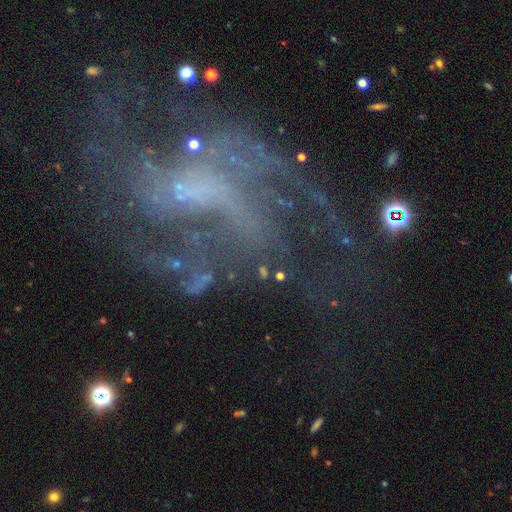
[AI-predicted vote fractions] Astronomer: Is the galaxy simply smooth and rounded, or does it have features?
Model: featured or disk — 81%.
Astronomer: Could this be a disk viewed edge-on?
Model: no — 98%.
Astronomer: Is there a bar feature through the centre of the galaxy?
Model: weak — 42%, tied with no at 42%.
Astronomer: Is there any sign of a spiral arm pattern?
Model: yes — 88%.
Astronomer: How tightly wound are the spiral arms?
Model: medium — 43% (runner-up: loose, 37%).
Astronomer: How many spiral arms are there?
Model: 2 — 33% (runner-up: can't tell, 26%).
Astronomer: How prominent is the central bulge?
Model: none — 48% (runner-up: small, 32%).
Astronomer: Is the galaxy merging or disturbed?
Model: none — 49% (runner-up: major disturbance, 29%).